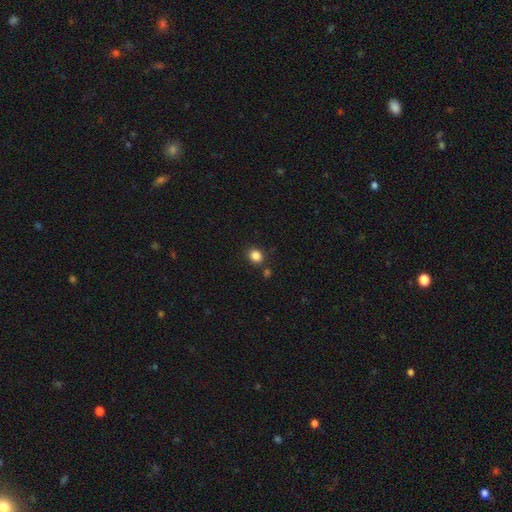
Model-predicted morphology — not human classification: smooth-or-featured: smooth: 85% | star or artifact: 11% | featured or disk: 4%
  how-rounded: round: 68% | in between: 31% | cigar-shaped: 1%
  merging: none: 83% | minor disturbance: 9% | merger: 6% | major disturbance: 3%